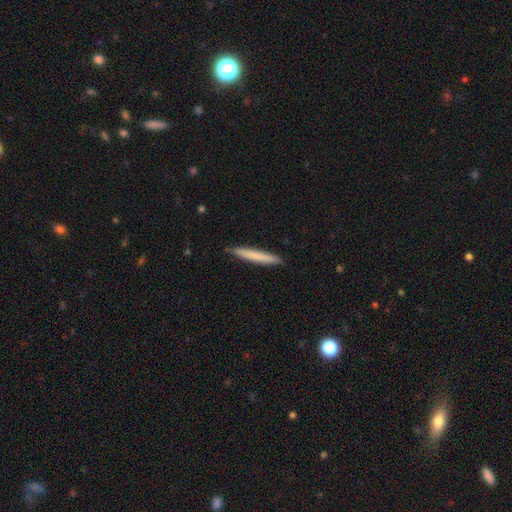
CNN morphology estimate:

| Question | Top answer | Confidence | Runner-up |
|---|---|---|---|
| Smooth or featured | smooth | 74% | featured or disk (21%) |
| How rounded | cigar-shaped | 96% | in between (3%) |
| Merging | none | 90% | minor disturbance (8%) |